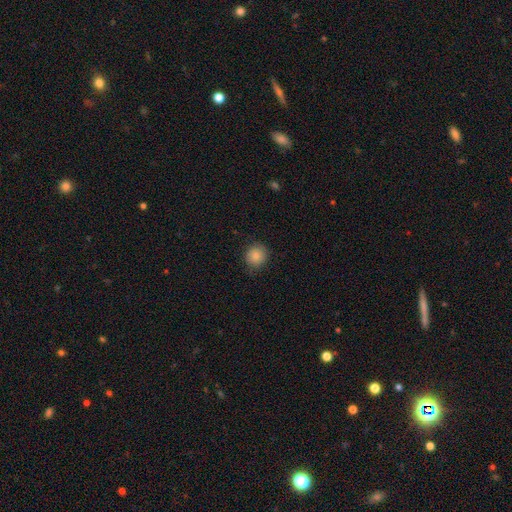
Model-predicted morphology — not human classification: This appears to be a smooth galaxy with no disk features (85%) that is round (88%). Merging: none (82%).